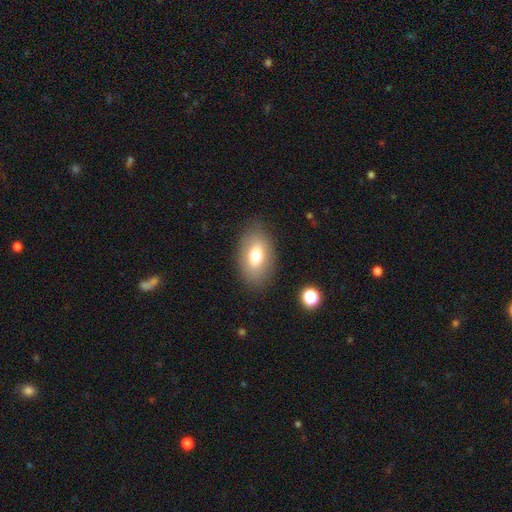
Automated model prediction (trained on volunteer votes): Overall: smooth (72%). How rounded: in between (89%). Merging: none (83%).